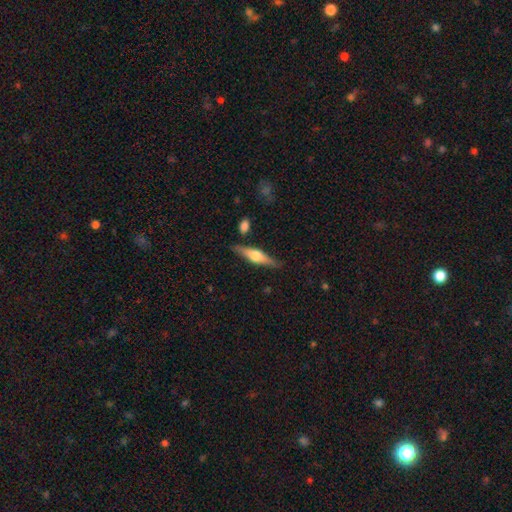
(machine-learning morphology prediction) Smooth or featured?
  - featured or disk: 64% *
  - smooth: 30%
  - star or artifact: 6%
Edge-on disk?
  - yes: 96% *
  - no: 4%
Edge-on bulge?
  - rounded: 93% *
  - boxy: 5%
  - none: 2%
Merging?
  - none: 84% *
  - minor disturbance: 10%
  - merger: 3%
  - major disturbance: 2%